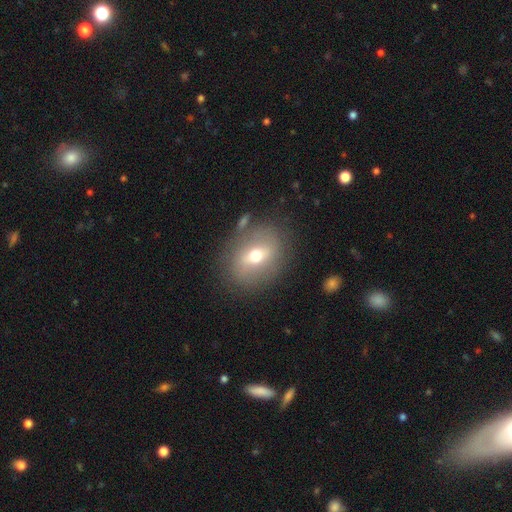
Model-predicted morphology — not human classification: smooth_or_featured: smooth (p=0.51) [alt: featured or disk p=0.39]
how_rounded: round (p=0.51) [alt: in between p=0.47]
merging: none (p=0.78) [alt: minor disturbance p=0.12]